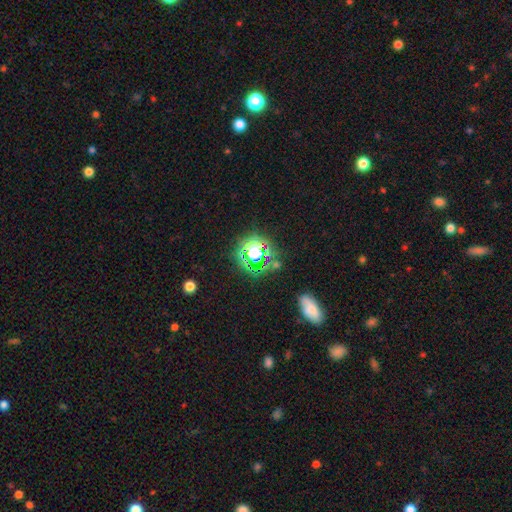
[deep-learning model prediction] smooth_or_featured: star or artifact (p=0.69) [alt: smooth p=0.23]